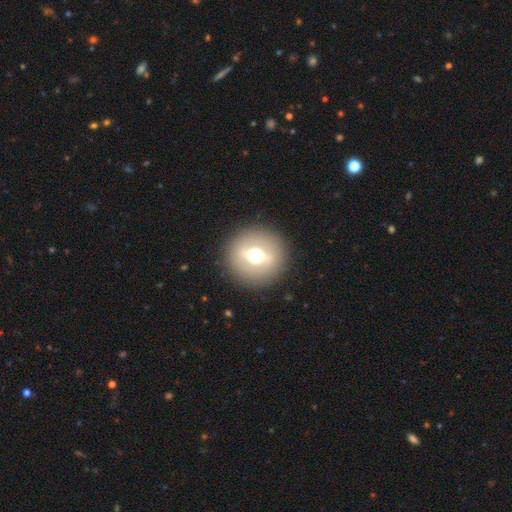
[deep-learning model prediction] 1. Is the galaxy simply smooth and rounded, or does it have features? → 46% smooth, 43% featured or disk, 12% star or artifact.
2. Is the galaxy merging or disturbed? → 89% none, 6% minor disturbance, 3% major disturbance, 1% merger.